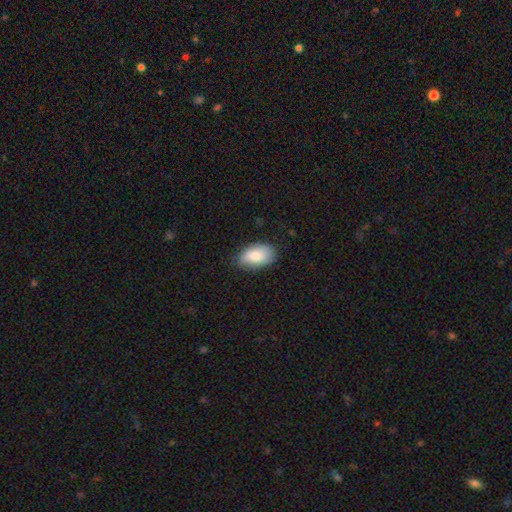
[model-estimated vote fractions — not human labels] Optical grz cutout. It shows a smooth galaxy with no disk features (85%) that is in between round and cigar-shaped (94%). Merging: none (75%).